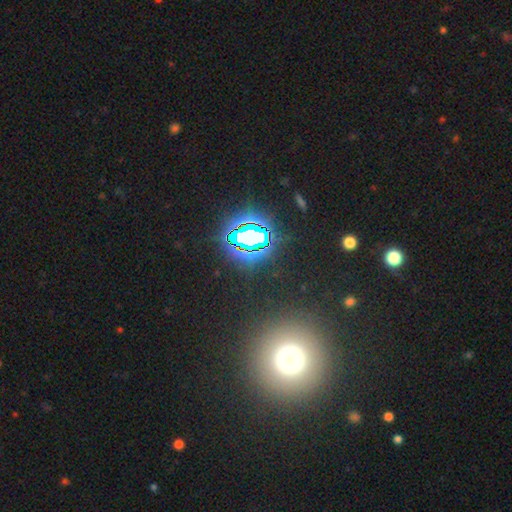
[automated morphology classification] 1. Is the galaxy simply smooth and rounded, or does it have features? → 63% star or artifact, 28% smooth, 9% featured or disk.